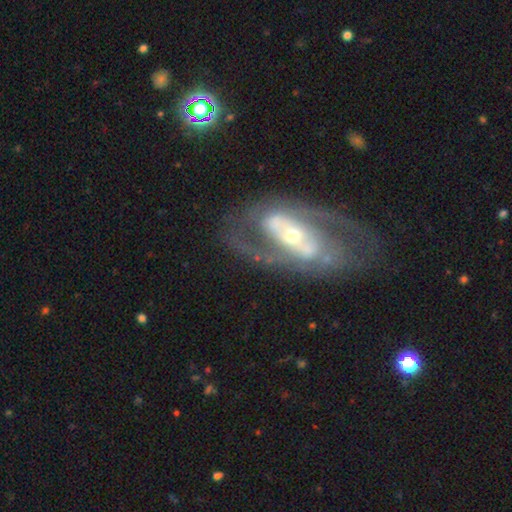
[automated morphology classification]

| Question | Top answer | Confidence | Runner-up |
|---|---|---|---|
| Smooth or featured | featured or disk | 84% | smooth (9%) |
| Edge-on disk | no | 93% | yes (7%) |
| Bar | strong | 40% | weak (32%) |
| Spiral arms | yes | 83% | no (17%) |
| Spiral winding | medium | 46% | tight (33%) |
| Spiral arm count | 2 | 78% | can't tell (12%) |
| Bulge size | small | 49% | moderate (43%) |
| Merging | none | 66% | minor disturbance (15%) |